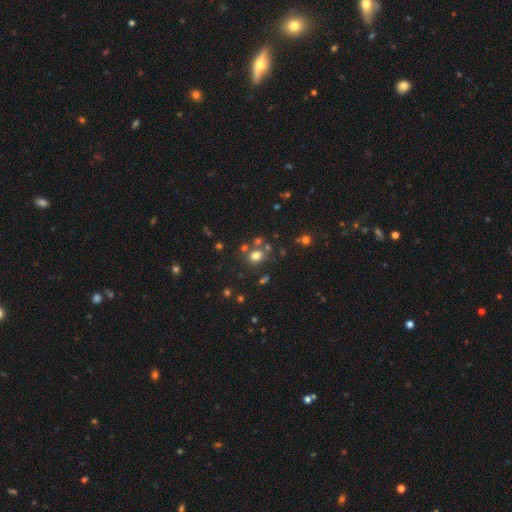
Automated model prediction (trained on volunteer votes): Morphology: type=smooth (71%); roundness=round (62%); merging=none (67%).